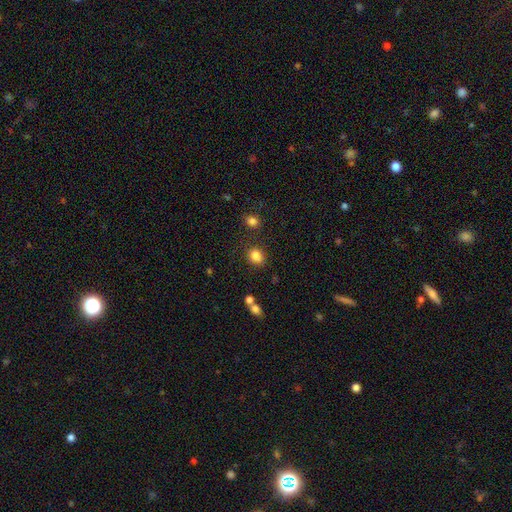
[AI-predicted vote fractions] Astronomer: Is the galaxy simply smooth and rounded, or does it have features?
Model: smooth — 83%.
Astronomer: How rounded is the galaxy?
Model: round — 55% (runner-up: in between, 44%).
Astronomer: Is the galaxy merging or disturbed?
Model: none — 76%.